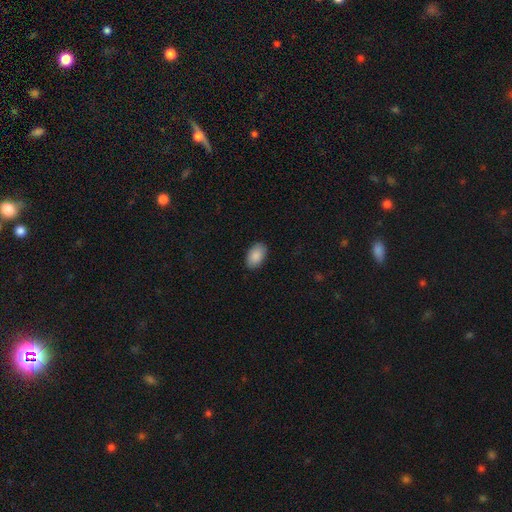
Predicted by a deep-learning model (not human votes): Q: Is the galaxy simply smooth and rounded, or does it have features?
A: smooth — 89%.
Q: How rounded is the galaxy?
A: in between — 94%.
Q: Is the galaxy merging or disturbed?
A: none — 88%.